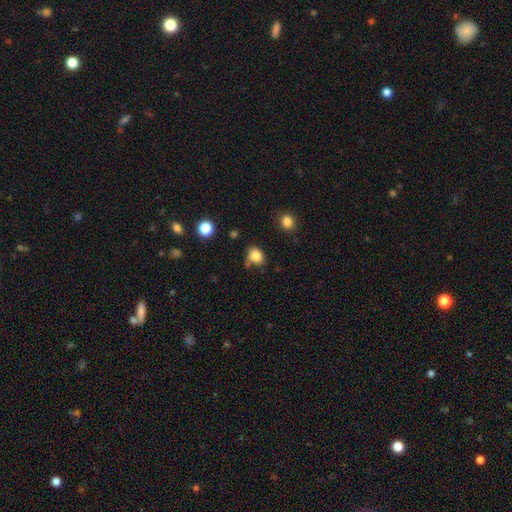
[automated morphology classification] The model was most divided on "how rounded": round: 53%, in between: 46%, cigar-shaped: 1%. More confident: smooth or featured — smooth (82%); merging — none (57%).